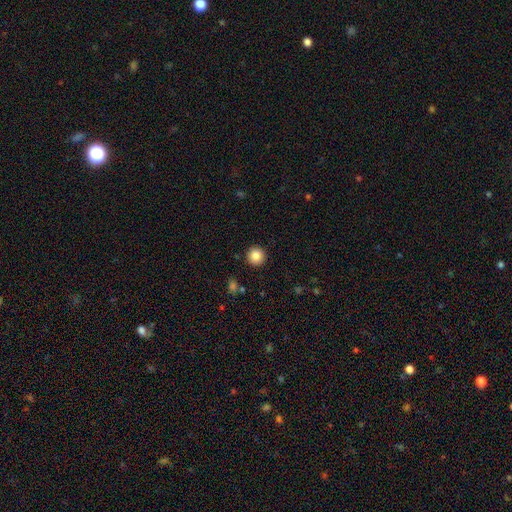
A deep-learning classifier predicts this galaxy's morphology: The model was most divided on "smooth or featured": smooth: 85%, star or artifact: 10%, featured or disk: 5%. More confident: how rounded — round (95%); merging — none (92%).